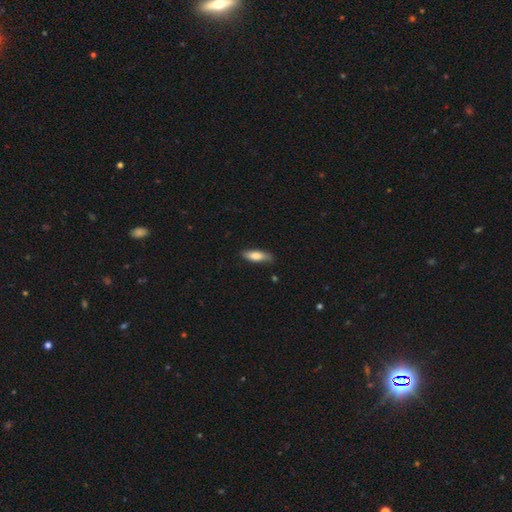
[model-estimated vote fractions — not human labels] Smooth or featured?
  - smooth: 77% *
  - featured or disk: 17%
  - star or artifact: 6%
How rounded?
  - in between: 53% *
  - cigar-shaped: 45%
  - round: 2%
Merging?
  - none: 78% *
  - minor disturbance: 18%
  - major disturbance: 3%
  - merger: 1%